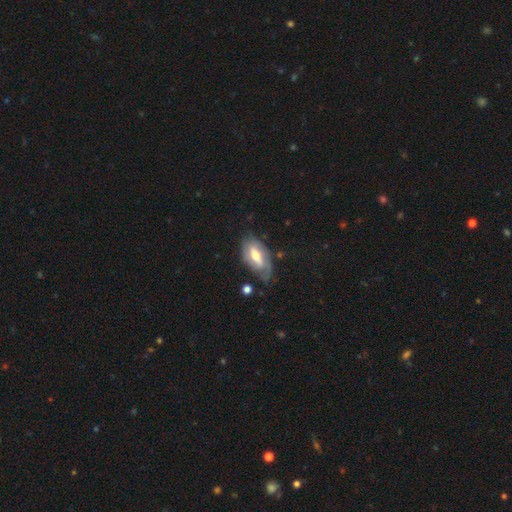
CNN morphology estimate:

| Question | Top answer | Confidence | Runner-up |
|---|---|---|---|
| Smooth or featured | featured or disk | 62% | smooth (32%) |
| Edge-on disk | no | 88% | yes (12%) |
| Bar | weak | 41% | strong (36%) |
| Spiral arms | yes | 74% | no (26%) |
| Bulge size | moderate | 67% | small (20%) |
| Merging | none | 56% | minor disturbance (28%) |